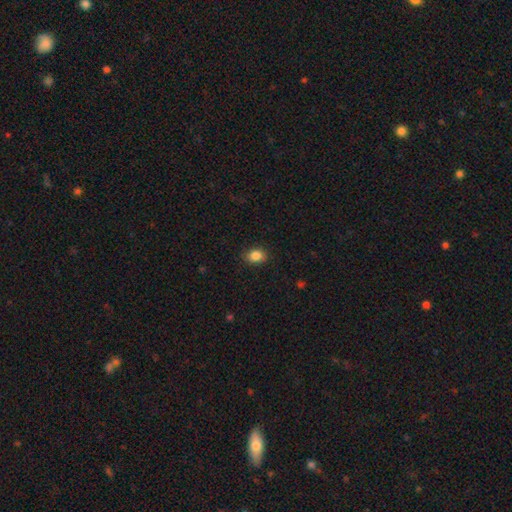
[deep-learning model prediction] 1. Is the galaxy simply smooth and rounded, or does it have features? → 86% smooth, 9% star or artifact, 5% featured or disk.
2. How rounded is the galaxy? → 60% in between, 38% round, 1% cigar-shaped.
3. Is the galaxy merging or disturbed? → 86% none, 11% minor disturbance, 2% major disturbance, 1% merger.